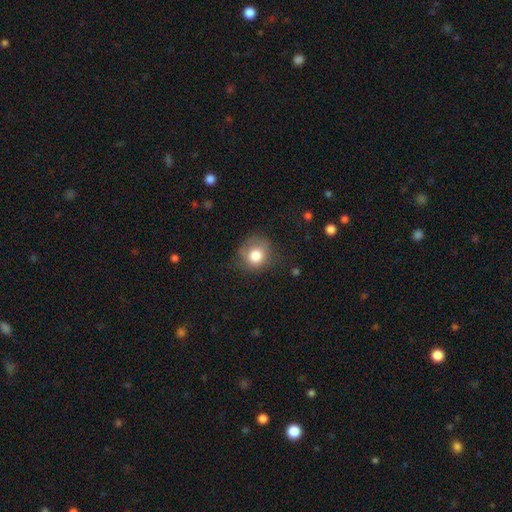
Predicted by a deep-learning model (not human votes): Morphology: type=smooth (80%); roundness=round (80%); merging=none (63%).